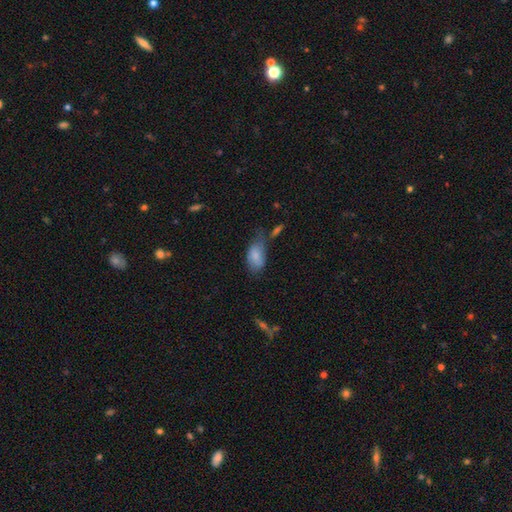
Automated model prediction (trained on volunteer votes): Smooth or featured? smooth (80%)
How rounded? in between (93%)
Merging? none (40%)